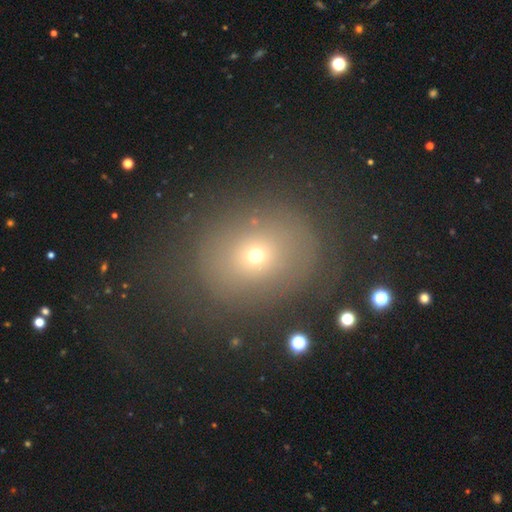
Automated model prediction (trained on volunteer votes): Q: Smooth or featured?
A: smooth (60%); runner-up: star or artifact (22%)
Q: How rounded?
A: round (73%); runner-up: in between (26%)
Q: Merging?
A: none (75%); runner-up: minor disturbance (13%)